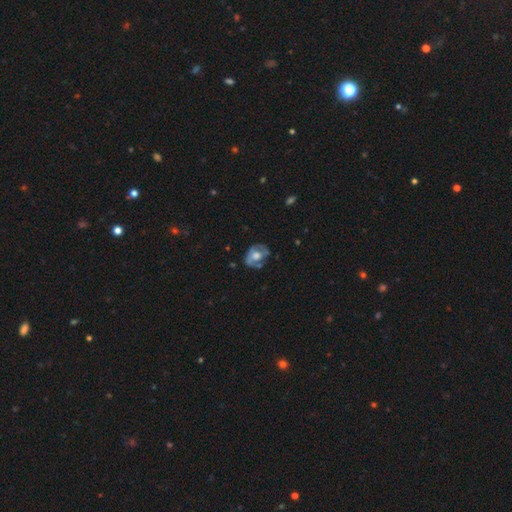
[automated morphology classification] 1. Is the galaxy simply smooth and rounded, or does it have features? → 57% featured or disk, 36% smooth, 7% star or artifact.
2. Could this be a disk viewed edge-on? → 95% no, 5% yes.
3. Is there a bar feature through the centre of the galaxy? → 72% no, 21% weak, 6% strong.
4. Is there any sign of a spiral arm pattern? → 56% no, 44% yes.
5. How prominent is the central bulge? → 54% moderate, 32% large, 9% small, 3% none, 2% dominant.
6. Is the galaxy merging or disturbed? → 53% none, 28% minor disturbance, 15% major disturbance, 4% merger.